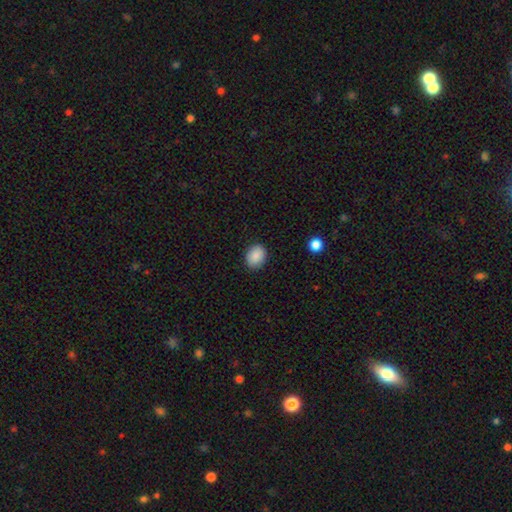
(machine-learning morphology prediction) smooth_or_featured: smooth (p=0.87) [alt: star or artifact p=0.08]
how_rounded: round (p=0.50) [alt: in between p=0.49]
merging: none (p=0.89) [alt: minor disturbance p=0.08]